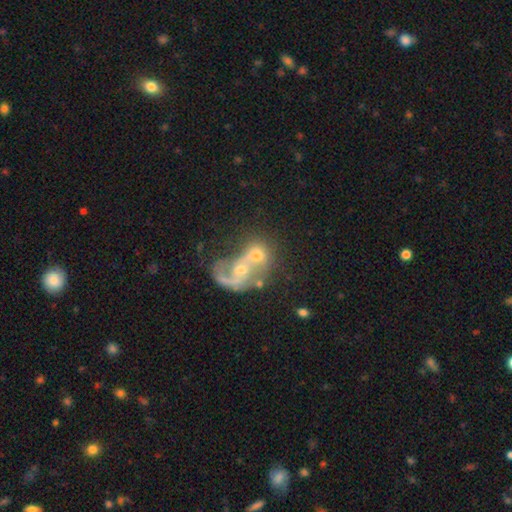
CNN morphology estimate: The model was most divided on "smooth or featured": featured or disk: 52%, smooth: 31%, star or artifact: 17%. More confident: edge-on disk — no (95%); merging — merger (73%).